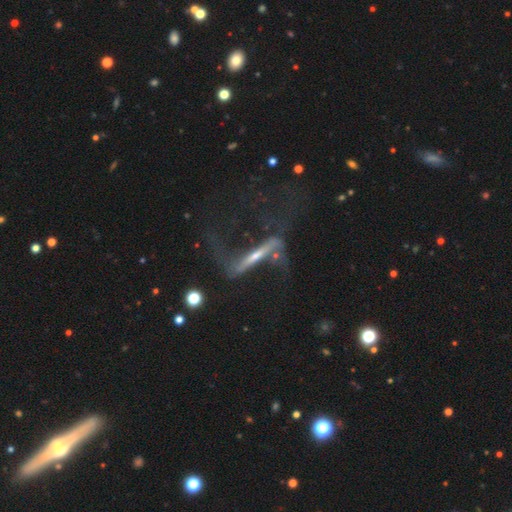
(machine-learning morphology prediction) This is likely a featured or disk galaxy (75%). It is possibly viewed edge-on (58%). Merging: marginally major disturbance (39%).